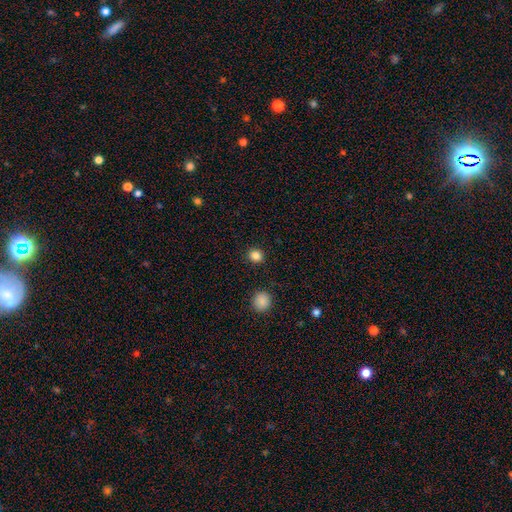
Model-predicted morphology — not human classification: A smooth galaxy with no disk features (85%) that is round (87%).

Vote fractions:
- Smooth or featured? smooth: 85% / star or artifact: 12% / featured or disk: 4%
- How rounded? round: 87% / in between: 12% / cigar-shaped: 1%
- Merging? none: 92% / minor disturbance: 5% / major disturbance: 2% / merger: 1%